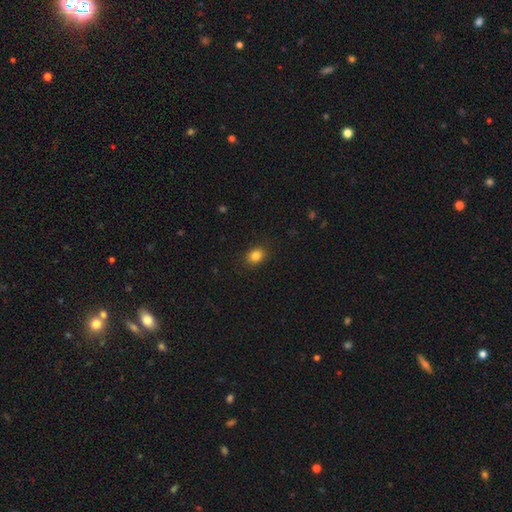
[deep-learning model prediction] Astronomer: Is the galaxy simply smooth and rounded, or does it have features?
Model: smooth — 84%.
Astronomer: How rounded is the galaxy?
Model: in between — 53% (runner-up: round, 46%).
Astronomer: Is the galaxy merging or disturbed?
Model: none — 89%.